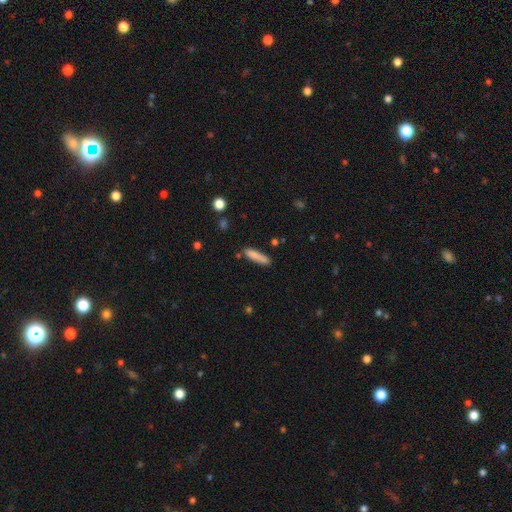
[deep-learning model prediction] smooth-or-featured: smooth: 83% | featured or disk: 10% | star or artifact: 7%
  how-rounded: cigar-shaped: 81% | in between: 17% | round: 1%
  merging: none: 78% | minor disturbance: 15% | merger: 4% | major disturbance: 3%